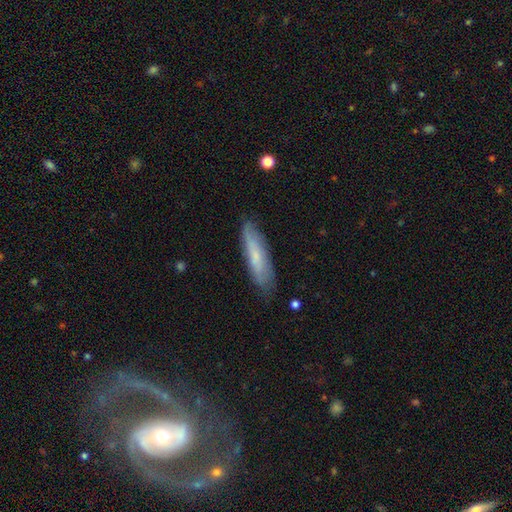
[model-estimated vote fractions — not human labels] Q: Smooth or featured?
A: smooth (58%); runner-up: featured or disk (35%)
Q: How rounded?
A: cigar-shaped (73%); runner-up: in between (25%)
Q: Merging?
A: none (79%); runner-up: minor disturbance (16%)